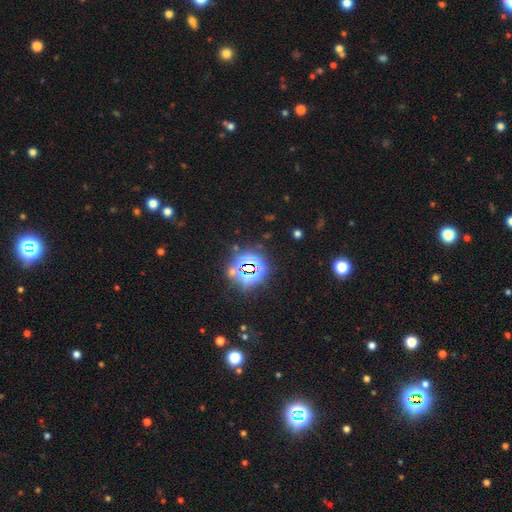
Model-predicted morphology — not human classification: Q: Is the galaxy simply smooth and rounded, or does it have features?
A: star or artifact — 82%.